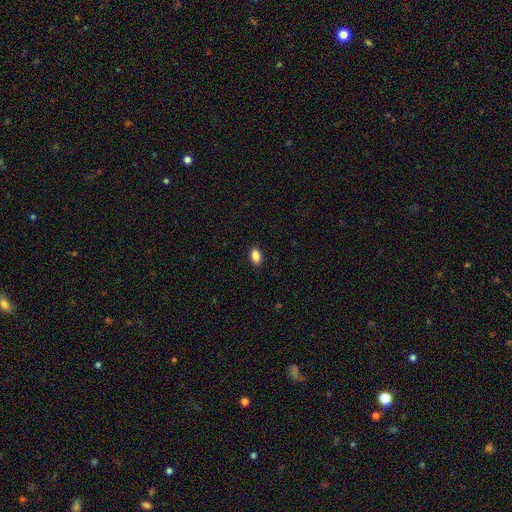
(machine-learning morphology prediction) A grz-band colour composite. It shows a smooth galaxy with no disk features (88%) that is in between round and cigar-shaped (89%). Merging: none (89%).